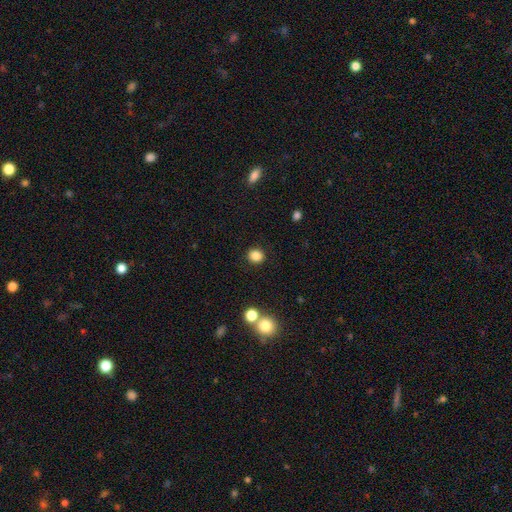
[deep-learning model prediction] Overall: smooth (85%). How rounded: round (78%). Merging: none (89%).